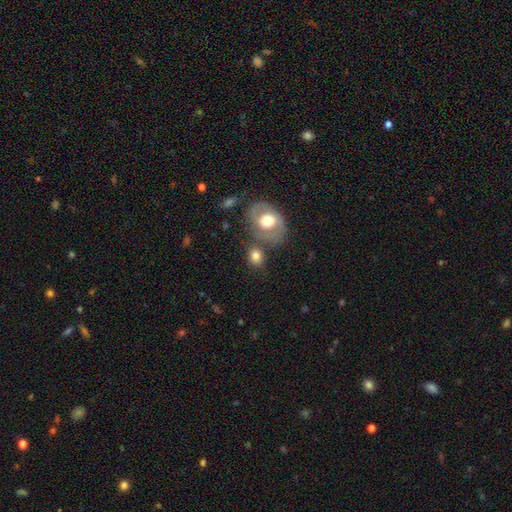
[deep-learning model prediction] Morphology: type=smooth (75%); roundness=round (57%); merging=none (60%).